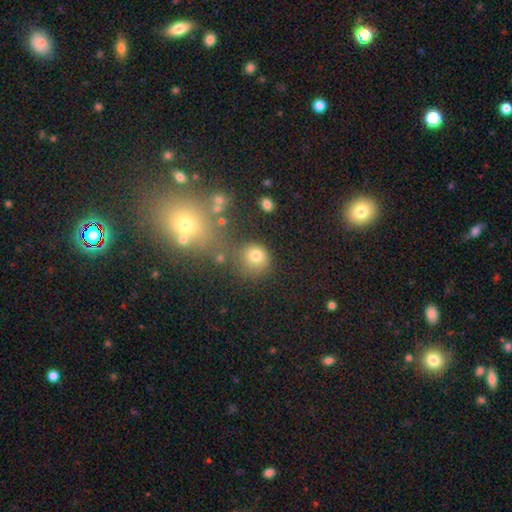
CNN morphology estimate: type=smooth (75%); roundness=round (84%); merging=none (65%).